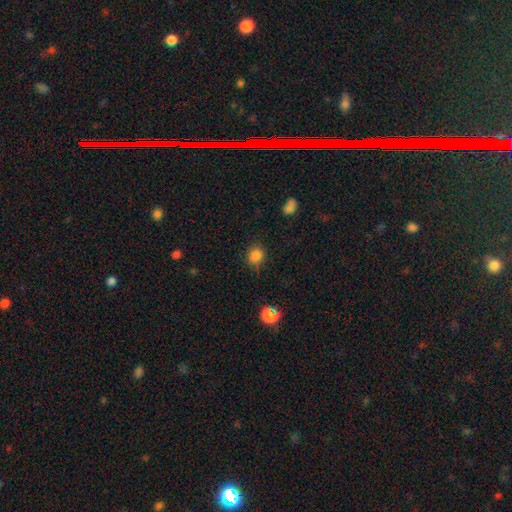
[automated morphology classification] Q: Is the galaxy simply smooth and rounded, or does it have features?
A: smooth — 83%.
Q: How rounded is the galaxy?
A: round — 78%.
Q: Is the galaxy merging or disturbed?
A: none — 80%.